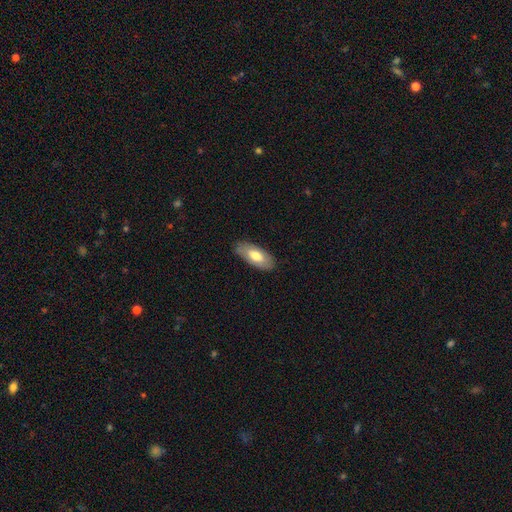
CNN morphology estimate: A smooth galaxy with no disk features (66%) that is in between round and cigar-shaped (89%).

Vote fractions:
- Smooth or featured? smooth: 66% / featured or disk: 28% / star or artifact: 5%
- How rounded? in between: 89% / cigar-shaped: 9% / round: 2%
- Merging? none: 83% / minor disturbance: 13% / major disturbance: 3% / merger: 1%